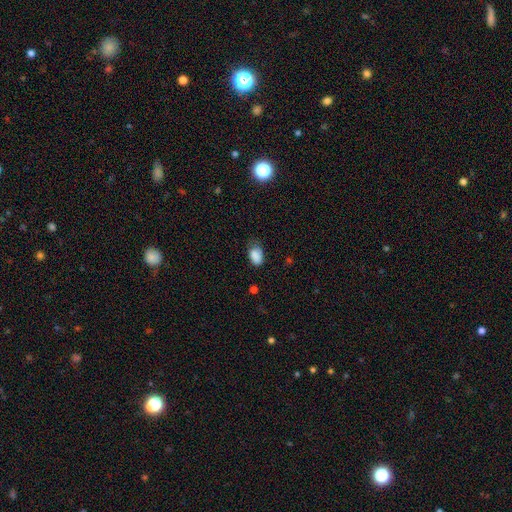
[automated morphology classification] Smooth or featured?
  - smooth: 85% *
  - star or artifact: 9%
  - featured or disk: 6%
How rounded?
  - in between: 87% *
  - round: 12%
  - cigar-shaped: 1%
Merging?
  - none: 50% *
  - minor disturbance: 37%
  - major disturbance: 11%
  - merger: 2%